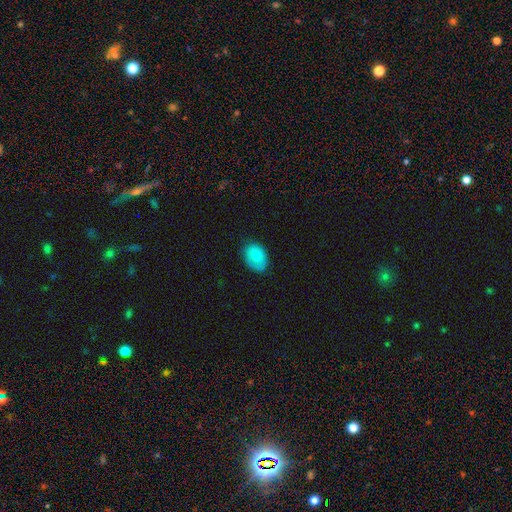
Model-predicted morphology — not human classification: Smooth or featured? smooth (81%)
How rounded? in between (73%)
Merging? none (72%)